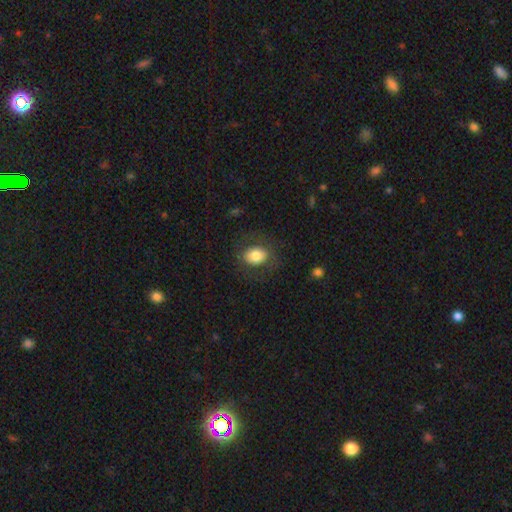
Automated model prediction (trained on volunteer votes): smooth_or_featured: smooth (p=0.78) [alt: featured or disk p=0.14]
how_rounded: in between (p=0.60) [alt: round p=0.39]
merging: none (p=0.76) [alt: minor disturbance p=0.14]